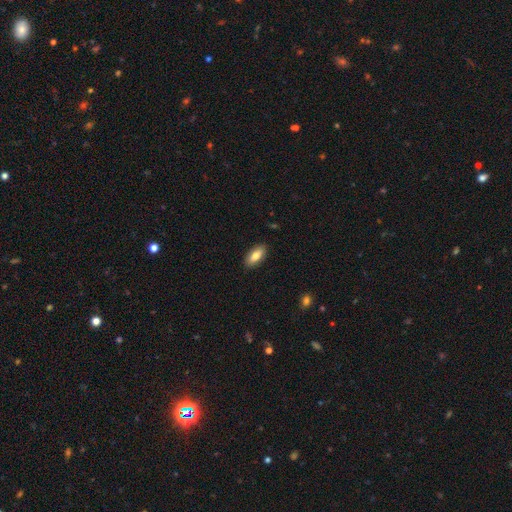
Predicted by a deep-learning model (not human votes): smooth_or_featured: smooth (p=0.80) [alt: featured or disk p=0.14]
how_rounded: in between (p=0.85) [alt: cigar-shaped p=0.13]
merging: none (p=0.89) [alt: minor disturbance p=0.08]